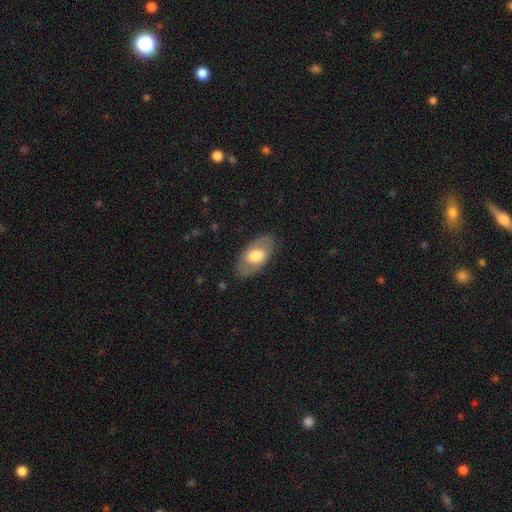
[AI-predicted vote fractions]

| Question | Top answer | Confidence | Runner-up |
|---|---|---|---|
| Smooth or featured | smooth | 52% | featured or disk (42%) |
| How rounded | in between | 92% | round (6%) |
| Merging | none | 81% | minor disturbance (13%) |